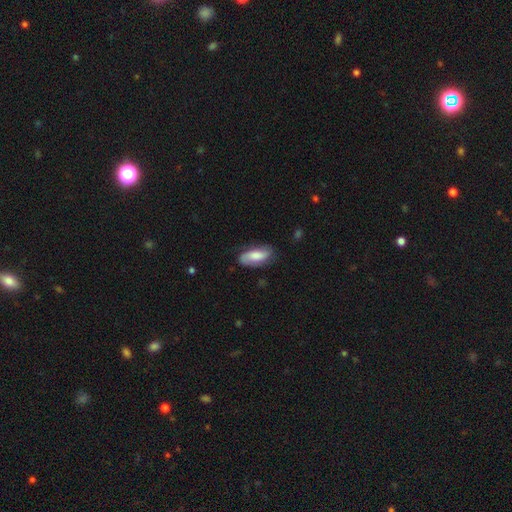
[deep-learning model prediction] This appears to be a smooth galaxy with no disk features (52%) that is in between round and cigar-shaped (86%). Merging: none (73%).